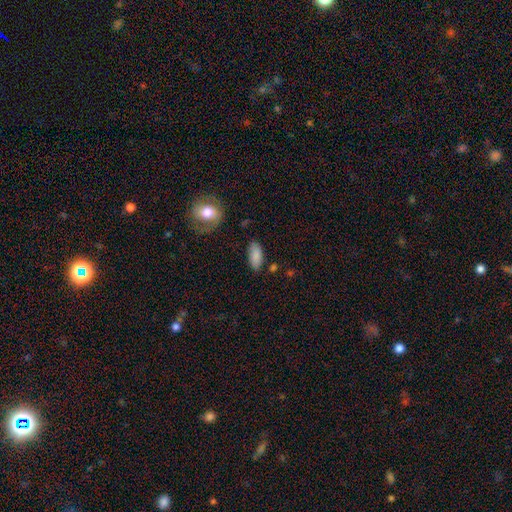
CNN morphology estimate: smooth-or-featured: smooth: 86% | star or artifact: 7% | featured or disk: 7%
  how-rounded: in between: 89% | cigar-shaped: 8% | round: 2%
  merging: none: 81% | minor disturbance: 13% | major disturbance: 3% | merger: 3%